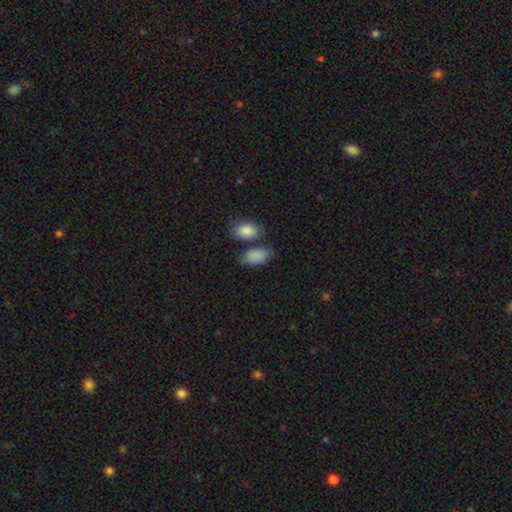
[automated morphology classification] A smooth galaxy with no disk features (88%) that is in between round and cigar-shaped (93%). Merging: none (57%).